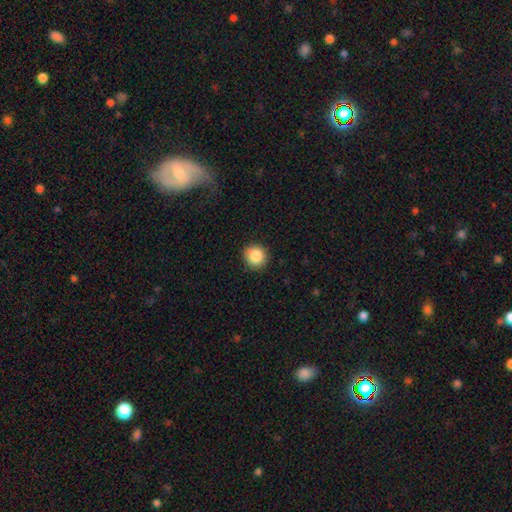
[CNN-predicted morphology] type=smooth (86%); roundness=round (93%); merging=none (91%).